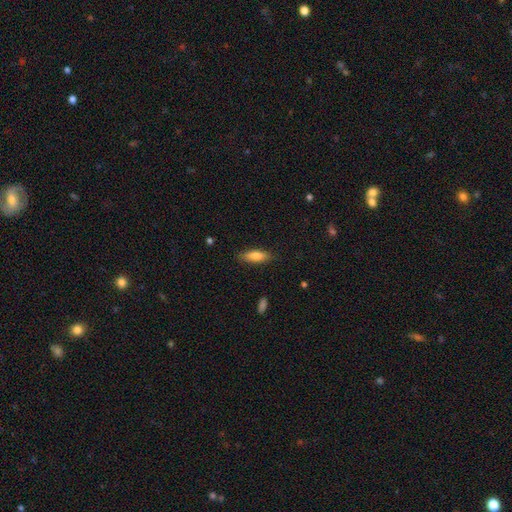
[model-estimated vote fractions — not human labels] Smooth or featured: smooth — 77% (featured or disk — 16%)
How rounded: in between — 52% (cigar-shaped — 46%)
Merging: none — 85% (minor disturbance — 11%)